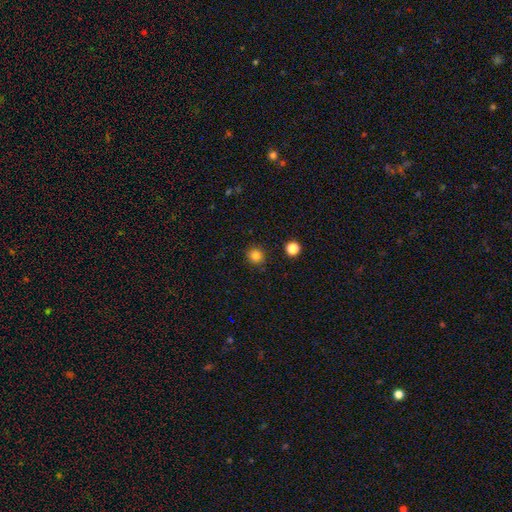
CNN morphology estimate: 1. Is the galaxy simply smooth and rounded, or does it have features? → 83% smooth, 13% star or artifact, 5% featured or disk.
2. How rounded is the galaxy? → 92% round, 7% in between, 1% cigar-shaped.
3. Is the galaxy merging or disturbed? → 90% none, 7% minor disturbance, 2% major disturbance, 2% merger.